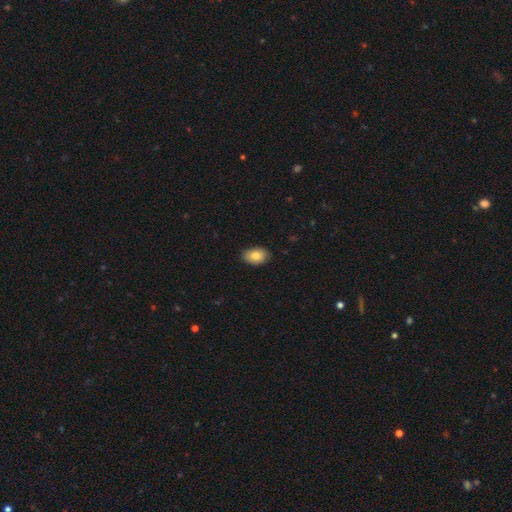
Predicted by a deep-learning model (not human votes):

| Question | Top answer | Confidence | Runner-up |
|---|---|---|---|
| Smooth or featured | smooth | 85% | featured or disk (8%) |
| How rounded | in between | 86% | round (13%) |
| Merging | none | 86% | minor disturbance (12%) |